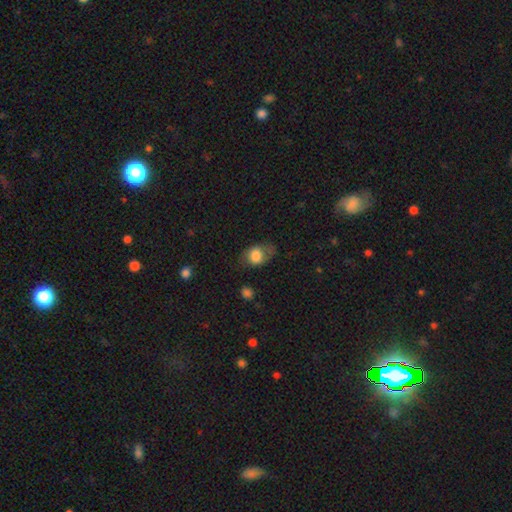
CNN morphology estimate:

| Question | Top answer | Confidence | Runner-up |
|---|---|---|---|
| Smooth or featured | smooth | 75% | featured or disk (16%) |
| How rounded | in between | 65% | round (33%) |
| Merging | none | 52% | minor disturbance (28%) |